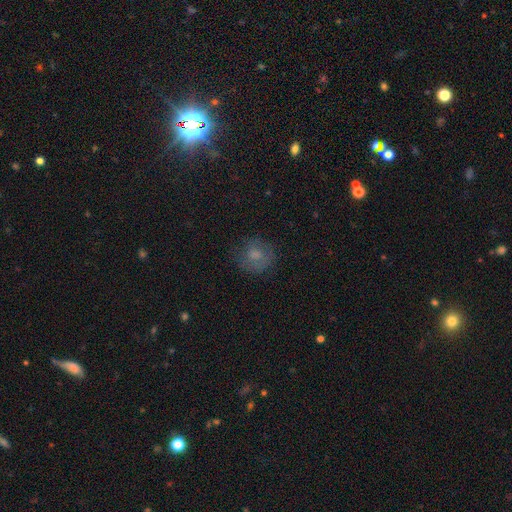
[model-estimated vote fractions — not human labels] smooth-or-featured: smooth: 66% | featured or disk: 21% | star or artifact: 13%
  how-rounded: round: 78% | in between: 21% | cigar-shaped: 1%
  merging: none: 67% | minor disturbance: 20% | major disturbance: 11% | merger: 2%